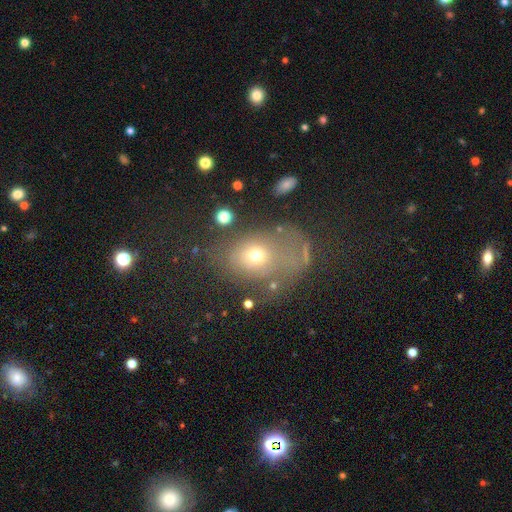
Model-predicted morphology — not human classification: Smooth or featured?
  - smooth: 61% *
  - featured or disk: 22%
  - star or artifact: 17%
How rounded?
  - in between: 51% *
  - round: 47%
  - cigar-shaped: 2%
Merging?
  - none: 37% *
  - major disturbance: 33%
  - minor disturbance: 18%
  - merger: 11%